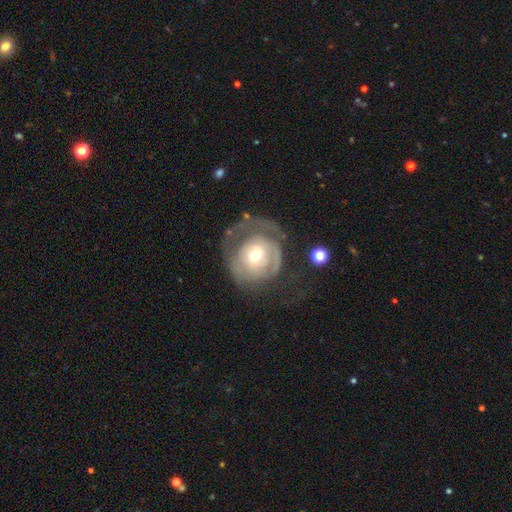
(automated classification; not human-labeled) Smooth or featured: featured or disk — 58% (smooth — 35%)
Edge-on disk: no — 97% (yes — 3%)
Bar: no — 76% (weak — 19%)
Spiral arms: yes — 55% (no — 45%)
Bulge size: moderate — 67% (small — 20%)
Merging: major disturbance — 39% (none — 38%)